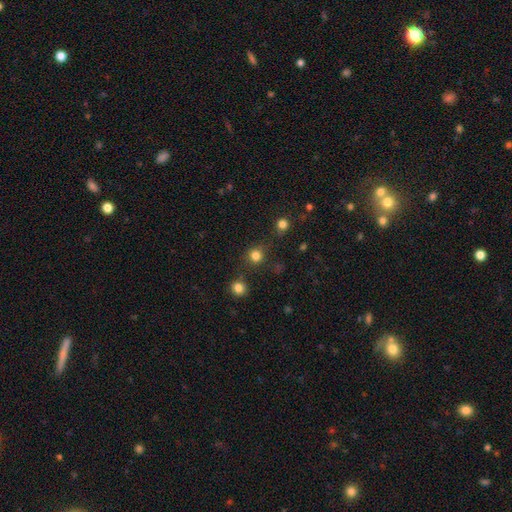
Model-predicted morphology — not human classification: type=smooth (81%); roundness=round (93%); merging=none (80%).